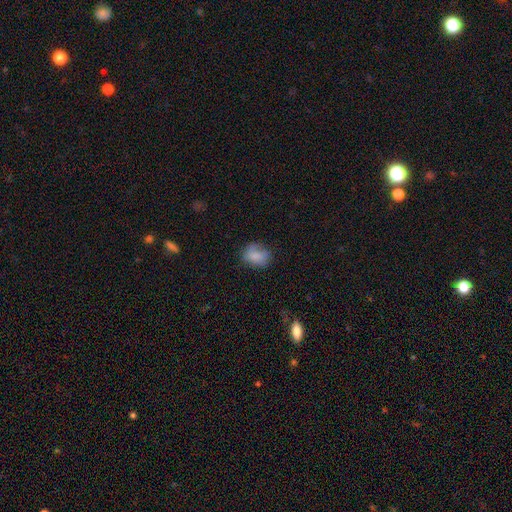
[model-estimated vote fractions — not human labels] Overall: smooth (79%). How rounded: in between (58%; round 41%). Merging: none (63%; minor disturbance 26%).